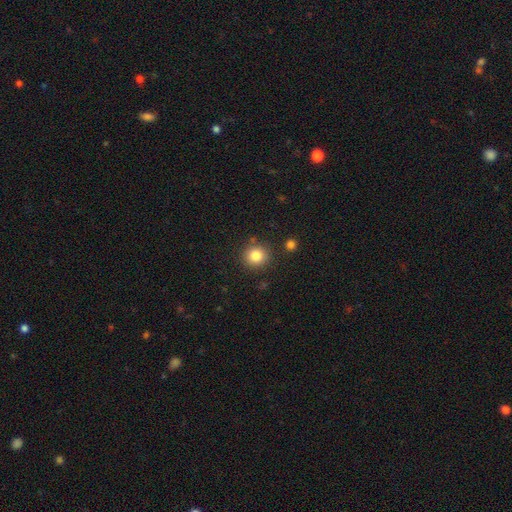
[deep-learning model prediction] A smooth galaxy with no disk features (83%) that is round (89%). Merging: none (86%).